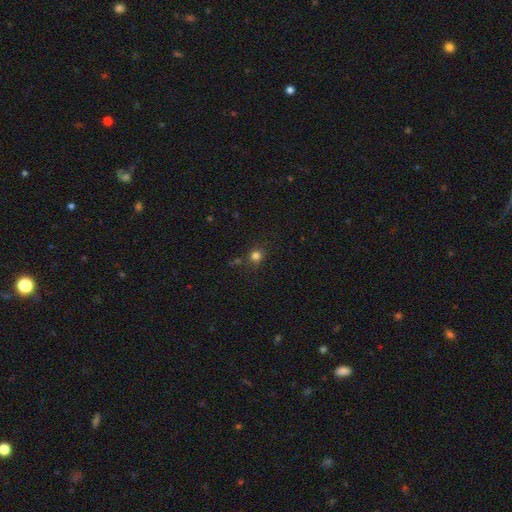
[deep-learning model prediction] The model was most divided on "smooth or featured": smooth: 76%, star or artifact: 18%, featured or disk: 6%. More confident: how rounded — round (86%); merging — none (80%).